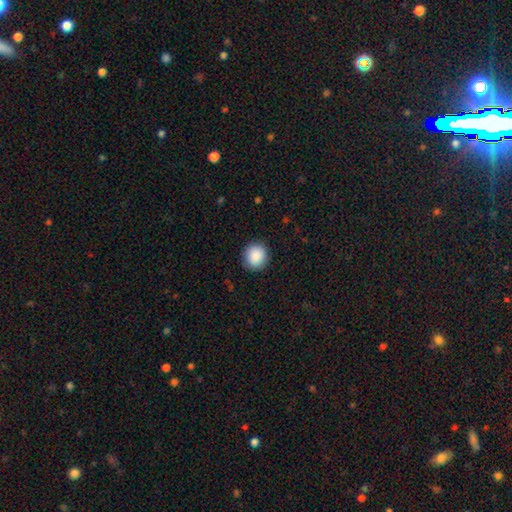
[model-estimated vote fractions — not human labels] smooth 89%, star or artifact 8%, featured or disk 3%. Down the decision tree: how rounded — round (87%); merging — none (91%).